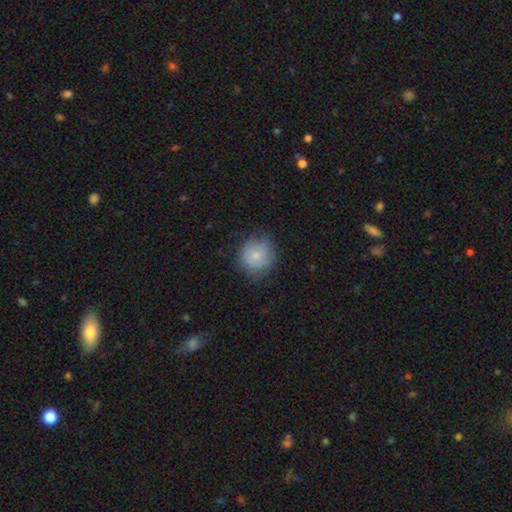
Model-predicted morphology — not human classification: smooth 79%, featured or disk 14%, star or artifact 8%. Down the decision tree: how rounded — round (89%); merging — none (77%).